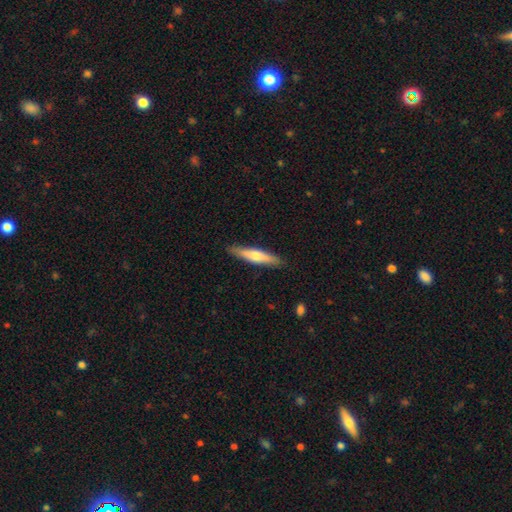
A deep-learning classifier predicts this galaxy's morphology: smooth-or-featured: smooth: 56% | featured or disk: 39% | star or artifact: 5%
  how-rounded: cigar-shaped: 85% | in between: 14% | round: 1%
  merging: none: 89% | minor disturbance: 8% | major disturbance: 2% | merger: 1%